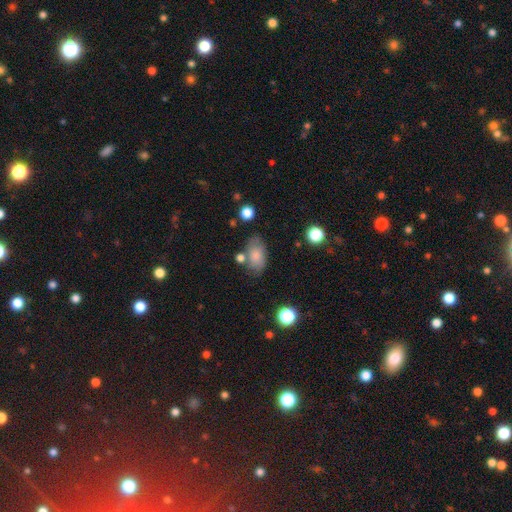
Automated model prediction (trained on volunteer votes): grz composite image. It shows a smooth galaxy with no disk features (77%) that is in between round and cigar-shaped (90%). Merging: none (62%).